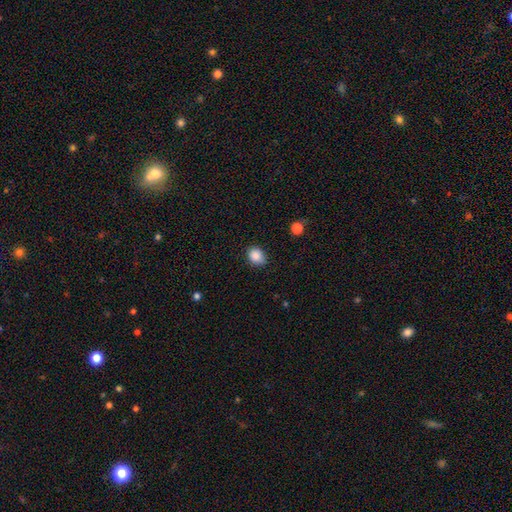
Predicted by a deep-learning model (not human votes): Smooth or featured? Predicted: smooth (p=0.86). How rounded? Predicted: round (p=0.60). Merging? Predicted: none (p=0.78).